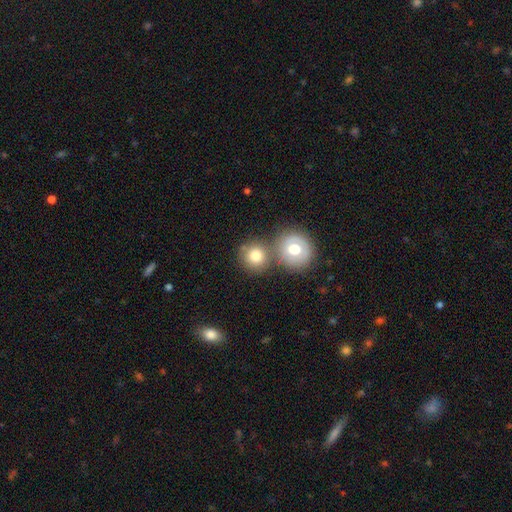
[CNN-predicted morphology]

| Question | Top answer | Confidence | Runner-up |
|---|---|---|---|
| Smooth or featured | smooth | 76% | featured or disk (15%) |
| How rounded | round | 90% | in between (10%) |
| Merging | none | 51% | merger (36%) |